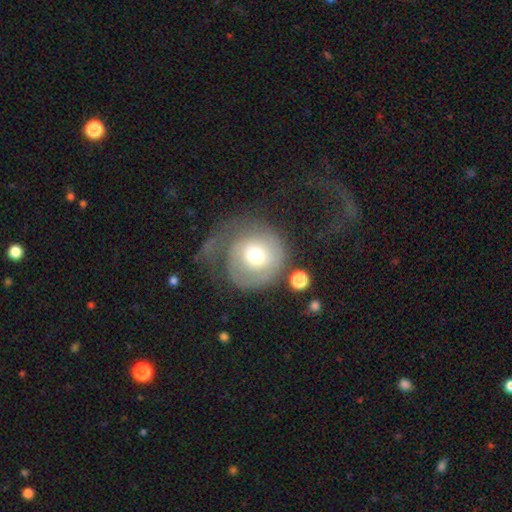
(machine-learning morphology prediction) Smooth or featured? featured or disk (47%)
Merging? major disturbance (41%)